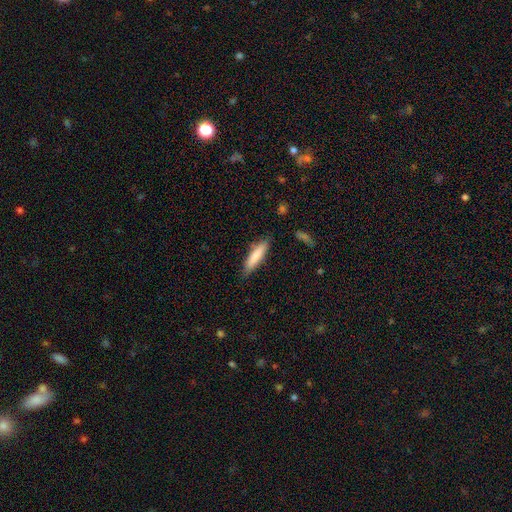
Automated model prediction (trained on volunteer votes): Smooth or featured: smooth — 80% (featured or disk — 14%)
How rounded: cigar-shaped — 78% (in between — 21%)
Merging: none — 82% (minor disturbance — 13%)